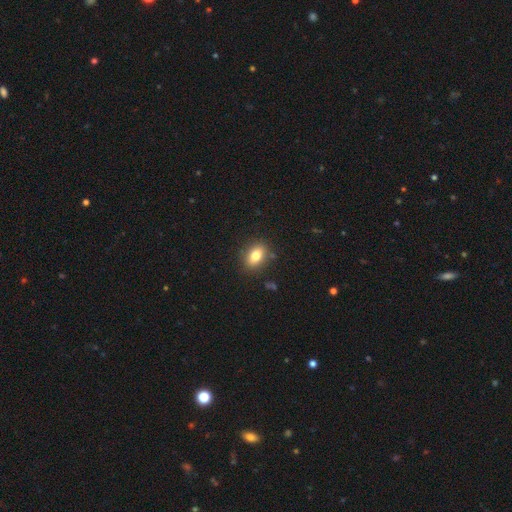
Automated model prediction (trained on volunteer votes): A smooth galaxy with no disk features (78%) that is in between round and cigar-shaped (74%). Merging: none (86%).